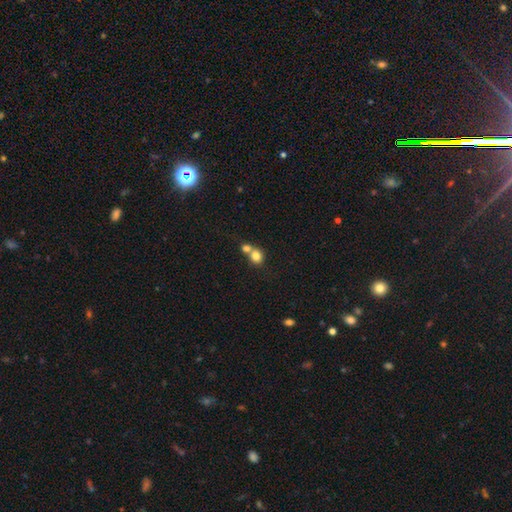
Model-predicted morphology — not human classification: Smooth or featured: smooth — 80% (star or artifact — 10%)
How rounded: round — 79% (in between — 20%)
Merging: merger — 56% (none — 36%)